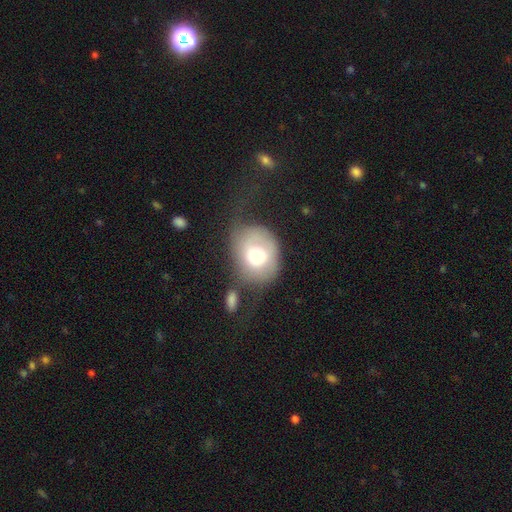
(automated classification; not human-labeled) smooth_or_featured: smooth (p=0.64) [alt: featured or disk p=0.28]
how_rounded: round (p=0.58) [alt: in between p=0.41]
merging: none (p=0.33) [alt: major disturbance p=0.32]